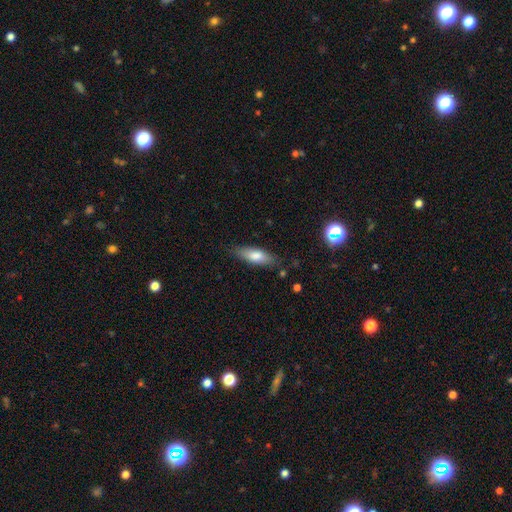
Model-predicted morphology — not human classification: A smooth galaxy with no disk features (76%) that is in between round and cigar-shaped (59%).

Vote fractions:
- Smooth or featured? smooth: 76% / featured or disk: 18% / star or artifact: 7%
- How rounded? in between: 59% / cigar-shaped: 39% / round: 2%
- Merging? none: 81% / minor disturbance: 14% / major disturbance: 3% / merger: 2%